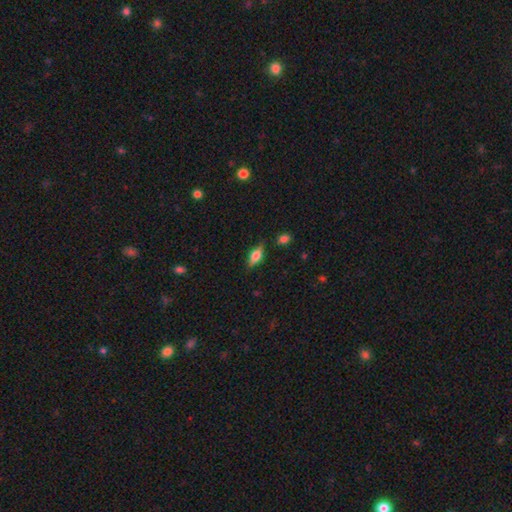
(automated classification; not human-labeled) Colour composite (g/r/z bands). It shows a smooth galaxy with no disk features (50%) that is in between round and cigar-shaped (72%). Merging: none (81%).